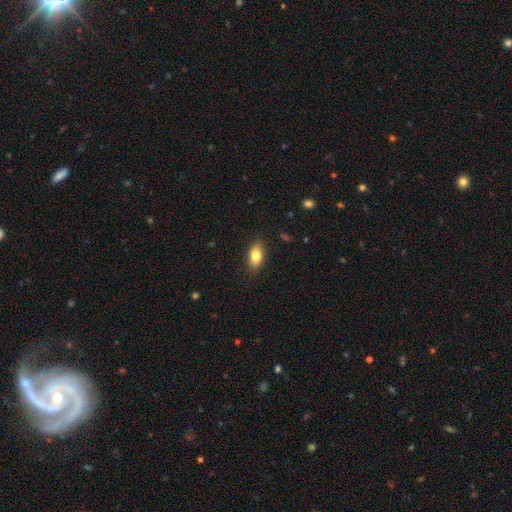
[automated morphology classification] smooth_or_featured: smooth (p=0.82) [alt: featured or disk p=0.10]
how_rounded: in between (p=0.89) [alt: cigar-shaped p=0.06]
merging: none (p=0.87) [alt: minor disturbance p=0.09]